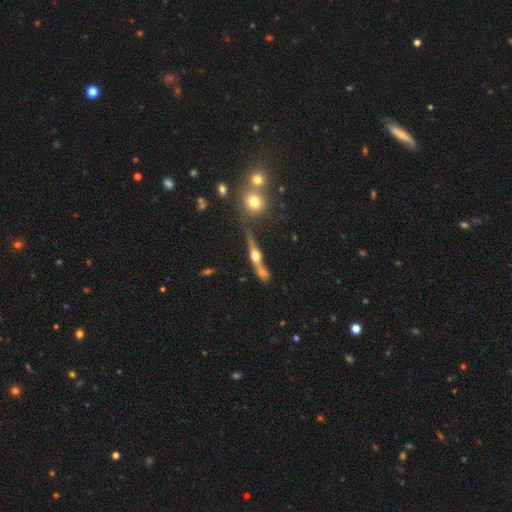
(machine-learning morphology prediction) A featured or disk galaxy (74%) viewed edge-on (94%) with a rounded central bulge (95%).

Vote fractions:
- Smooth or featured? featured or disk: 74% / smooth: 18% / star or artifact: 8%
- Edge-on disk? yes: 94% / no: 6%
- Edge-on bulge? rounded: 95% / boxy: 3% / none: 2%
- Merging? none: 63% / merger: 18% / minor disturbance: 13% / major disturbance: 5%